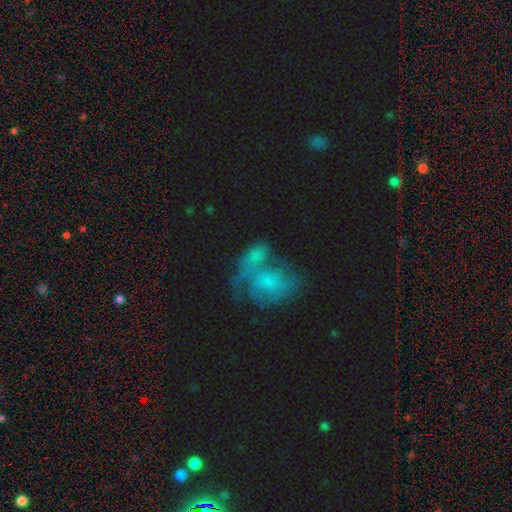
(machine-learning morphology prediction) featured or disk 46%, smooth 41%, star or artifact 13%. Down the decision tree: merging — merger (40%).